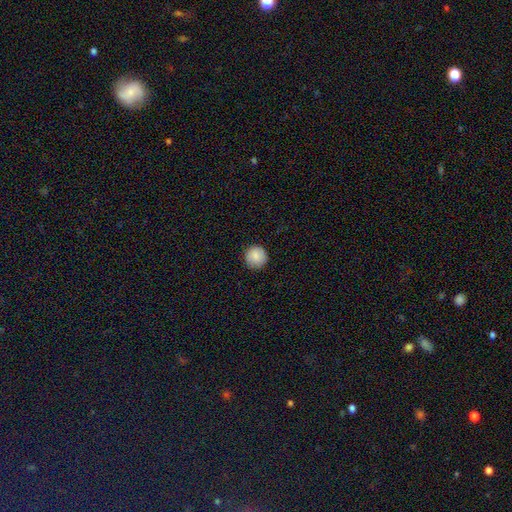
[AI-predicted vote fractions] This is clearly a smooth galaxy (87%). How rounded: clearly round (95%). Merging: clearly none (90%).